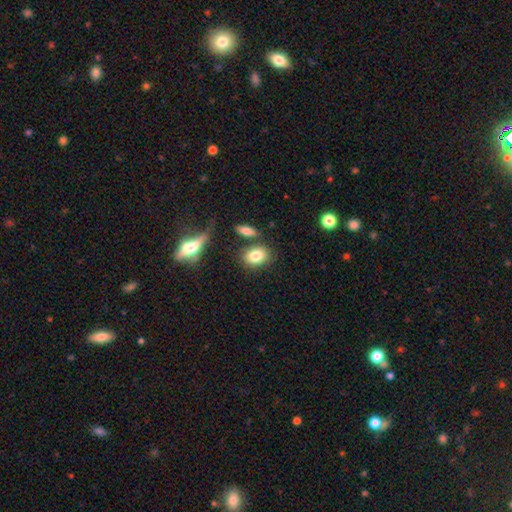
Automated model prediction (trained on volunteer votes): Overall: smooth (82%). How rounded: in between (64%; round 34%). Merging: none (71%).